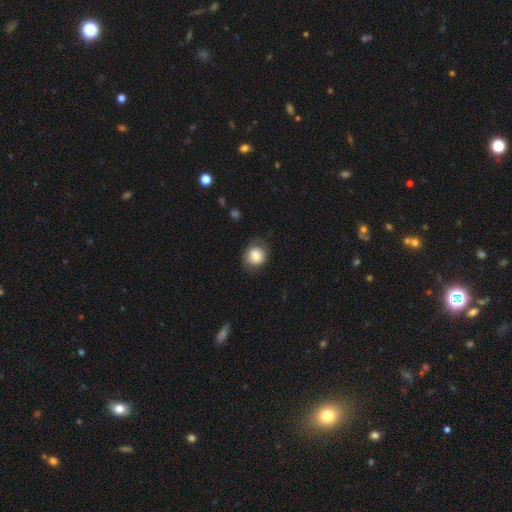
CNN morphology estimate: Smooth or featured? Predicted: smooth (p=0.79). How rounded? Predicted: round (p=0.64). Merging? Predicted: none (p=0.70).